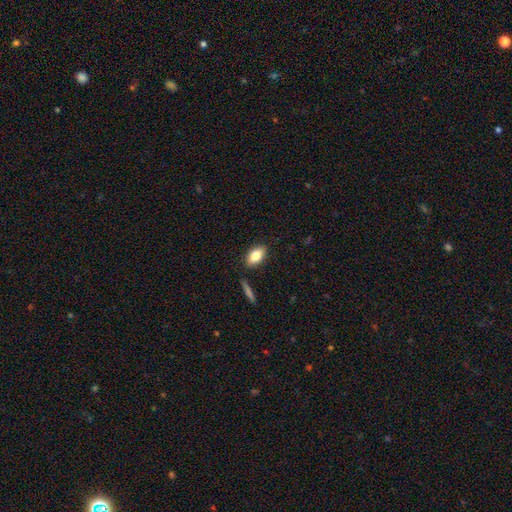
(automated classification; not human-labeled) Smooth or featured? Predicted: smooth (p=0.82). How rounded? Predicted: in between (p=0.89). Merging? Predicted: none (p=0.86).